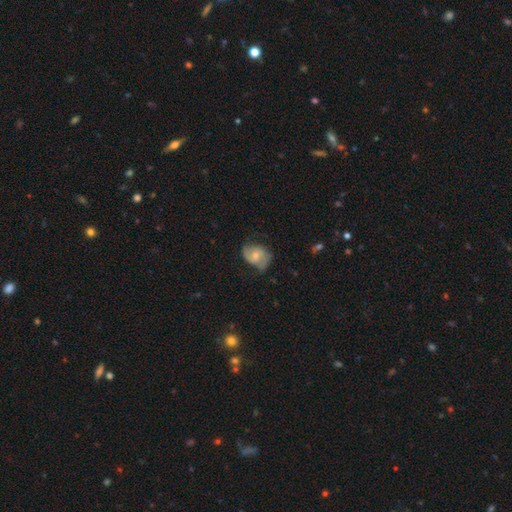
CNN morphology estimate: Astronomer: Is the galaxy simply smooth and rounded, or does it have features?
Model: featured or disk — 64%.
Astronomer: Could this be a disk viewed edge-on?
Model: no — 97%.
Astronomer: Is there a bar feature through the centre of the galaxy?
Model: no — 64%.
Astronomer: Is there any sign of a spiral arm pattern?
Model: yes — 88%.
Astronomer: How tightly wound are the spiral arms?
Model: medium — 44% (runner-up: loose, 31%).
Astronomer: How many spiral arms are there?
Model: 2 — 81%.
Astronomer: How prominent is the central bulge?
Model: small — 48% (runner-up: moderate, 46%).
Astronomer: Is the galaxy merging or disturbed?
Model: none — 57%.